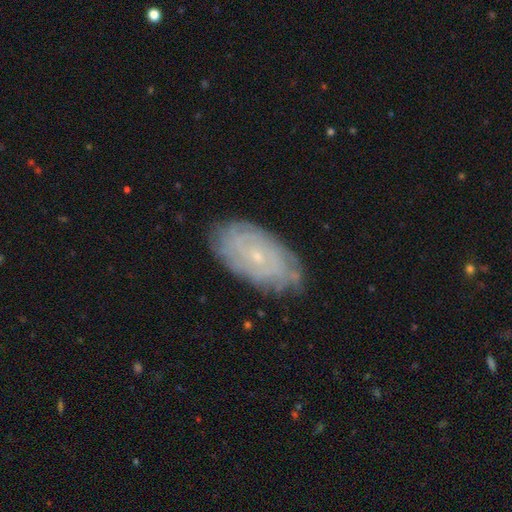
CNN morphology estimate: A featured or disk galaxy (69%) with no bar (76%), tight (77%) spiral arms (84%) and a small central bulge (83%). Merging: none (78%).